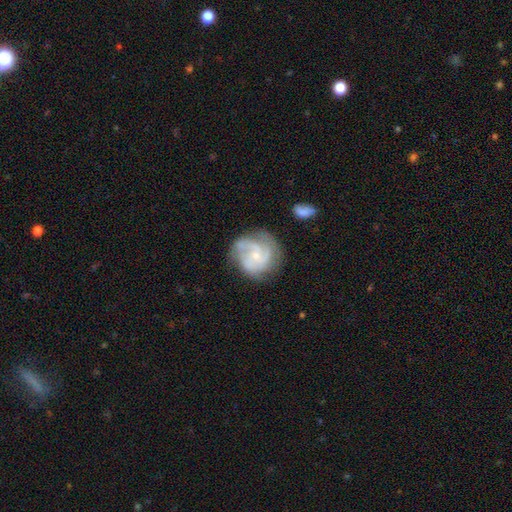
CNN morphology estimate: Smooth or featured?
  - featured or disk: 81% *
  - smooth: 13%
  - star or artifact: 6%
Edge-on disk?
  - no: 98% *
  - yes: 2%
Bar?
  - no: 67% *
  - weak: 29%
  - strong: 5%
Spiral arms?
  - yes: 95% *
  - no: 5%
Spiral winding?
  - medium: 44% *
  - tight: 43%
  - loose: 13%
Spiral arm count?
  - 3: 47% *
  - 2: 21%
  - can't tell: 16%
  - 4: 8%
  - 1: 4%
  - more than 4: 4%
Bulge size?
  - small: 70% *
  - moderate: 24%
  - none: 4%
  - large: 1%
  - dominant: 1%
Merging?
  - none: 68% *
  - minor disturbance: 20%
  - major disturbance: 10%
  - merger: 2%